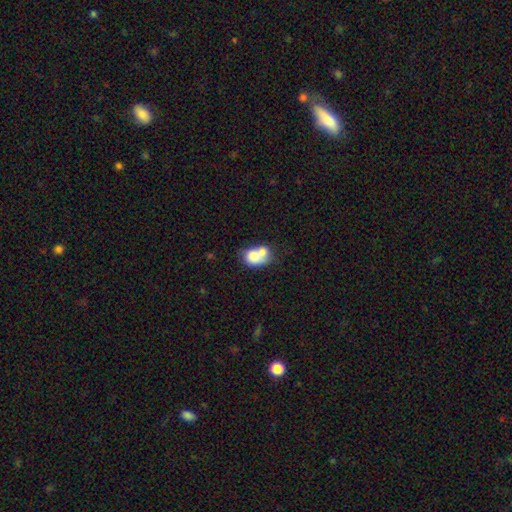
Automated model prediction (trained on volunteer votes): smooth_or_featured: smooth (p=0.73) [alt: featured or disk p=0.18]
how_rounded: in between (p=0.61) [alt: round p=0.37]
merging: merger (p=0.63) [alt: none p=0.22]